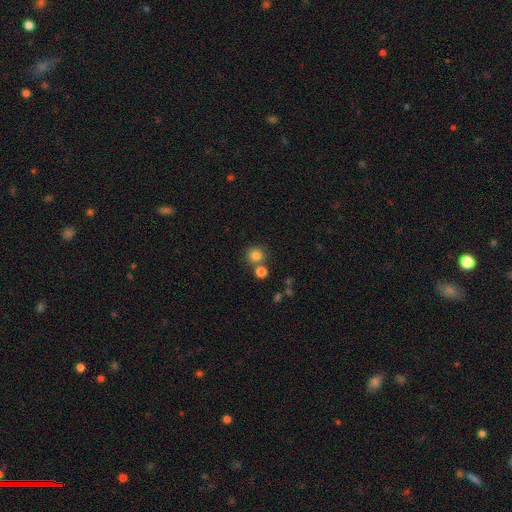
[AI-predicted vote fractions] A smooth galaxy with no disk features (82%) that is round (91%).

Vote fractions:
- Smooth or featured? smooth: 82% / star or artifact: 13% / featured or disk: 6%
- How rounded? round: 91% / in between: 8% / cigar-shaped: 1%
- Merging? none: 71% / merger: 18% / minor disturbance: 8% / major disturbance: 3%